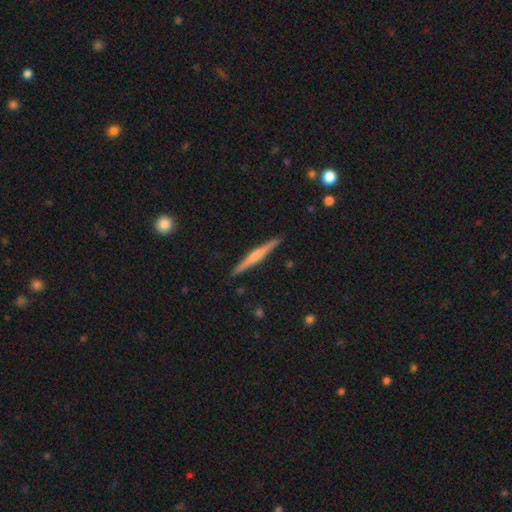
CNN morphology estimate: smooth_or_featured: featured or disk (p=0.62) [alt: smooth p=0.33]
disk_edge_on: yes (p=0.98) [alt: no p=0.02]
edge_on_bulge: rounded (p=0.66) [alt: none p=0.23]
merging: none (p=0.92) [alt: minor disturbance p=0.06]